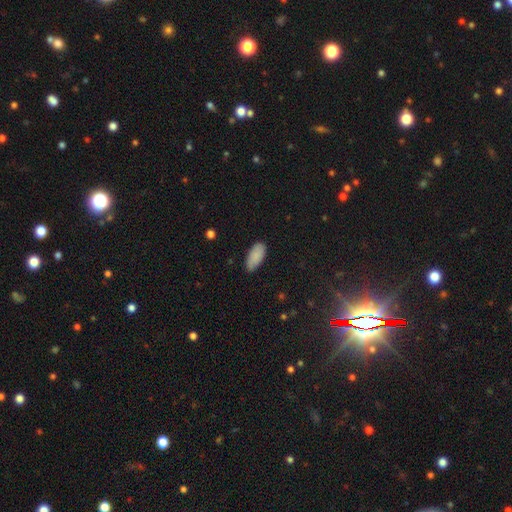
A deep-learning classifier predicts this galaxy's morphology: This appears to be a smooth galaxy with no disk features (87%) that is in between round and cigar-shaped (91%). Merging: none (76%).